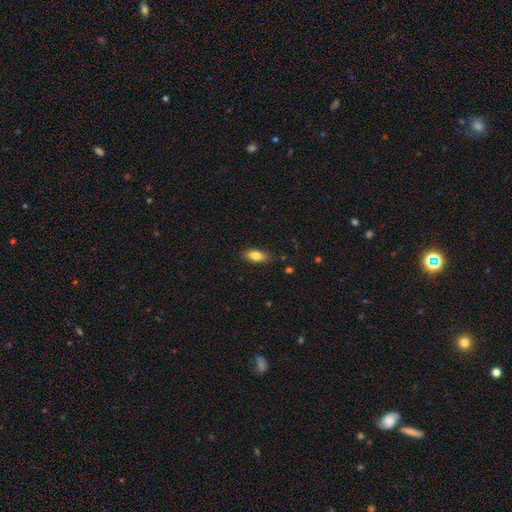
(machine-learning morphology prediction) Smooth or featured? Predicted: smooth (p=0.82). How rounded? Predicted: in between (p=0.83). Merging? Predicted: none (p=0.84).